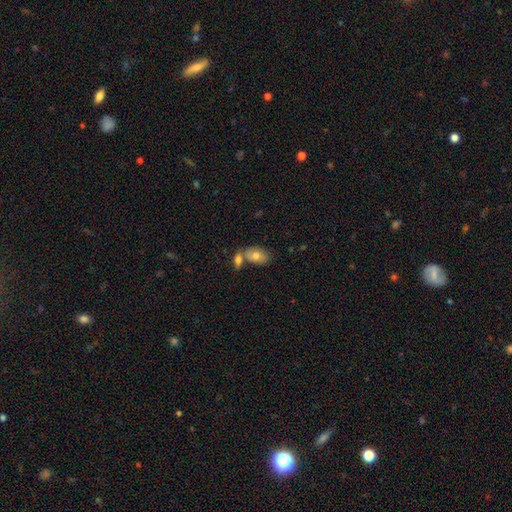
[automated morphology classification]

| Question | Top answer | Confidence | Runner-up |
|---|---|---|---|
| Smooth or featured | smooth | 74% | featured or disk (19%) |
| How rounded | in between | 90% | round (8%) |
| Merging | none | 46% | merger (38%) |